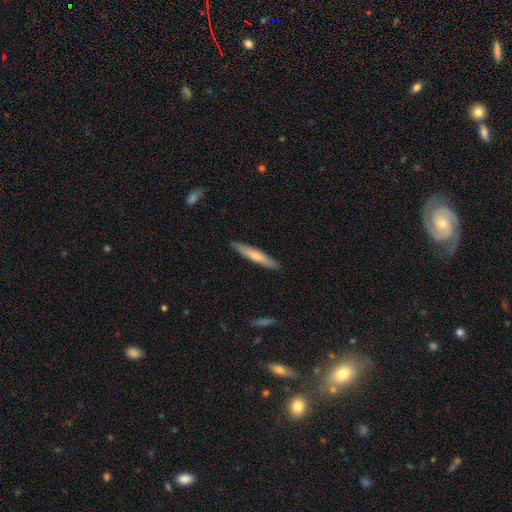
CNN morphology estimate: type=smooth (60%); roundness=cigar-shaped (92%); merging=none (89%).